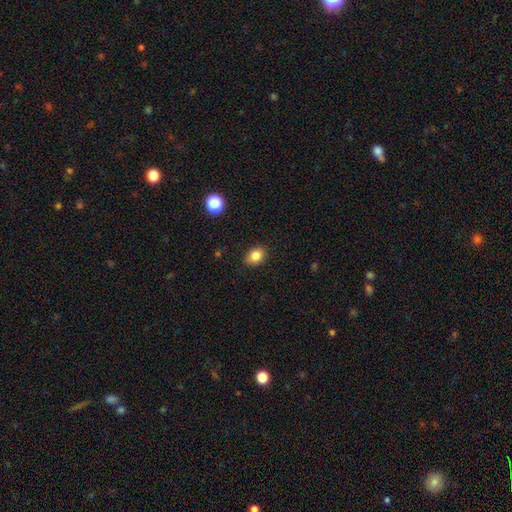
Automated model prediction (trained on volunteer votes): smooth-or-featured: smooth: 84% | star or artifact: 10% | featured or disk: 6%
  how-rounded: in between: 60% | round: 39% | cigar-shaped: 1%
  merging: none: 86% | minor disturbance: 11% | major disturbance: 2% | merger: 1%